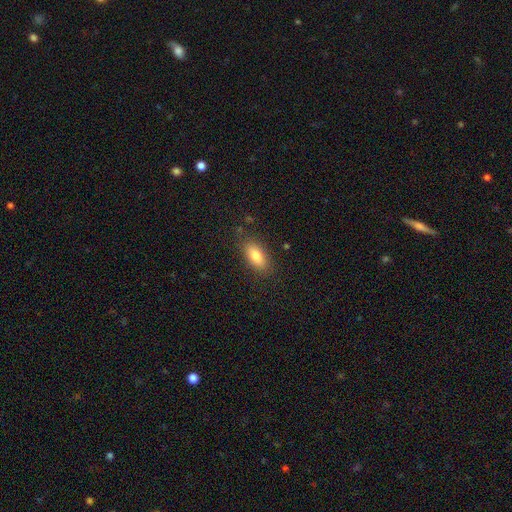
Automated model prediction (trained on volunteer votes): This appears to be a smooth galaxy with no disk features (81%) that is in between round and cigar-shaped (85%). Merging: none (84%).